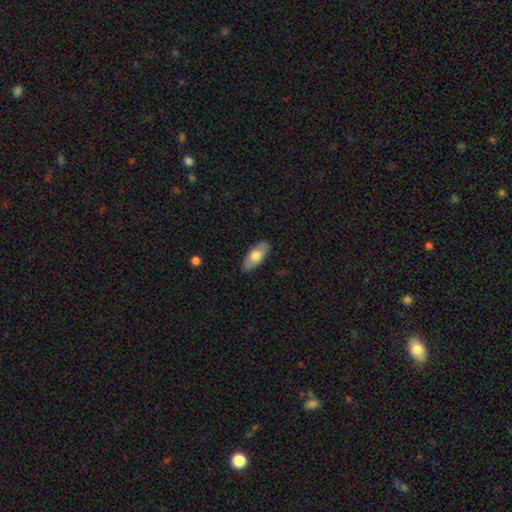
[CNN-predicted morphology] type=smooth (67%); roundness=in between (86%); merging=none (86%).